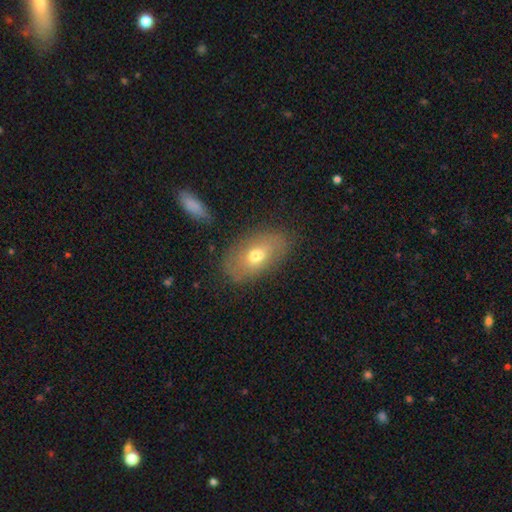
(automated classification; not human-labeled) Smooth or featured? Predicted: smooth (p=0.61). How rounded? Predicted: in between (p=0.90). Merging? Predicted: none (p=0.76).